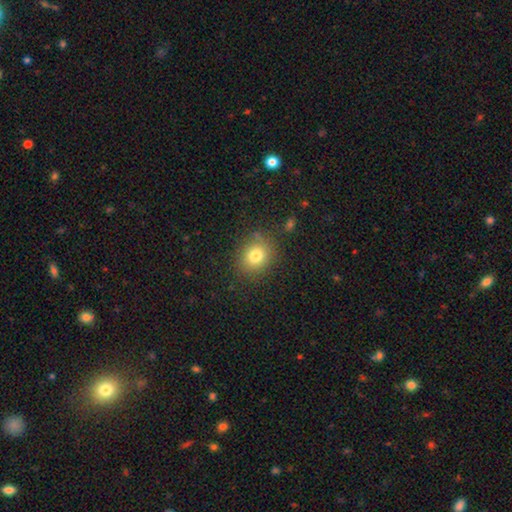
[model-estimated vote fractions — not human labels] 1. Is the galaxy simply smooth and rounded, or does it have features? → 78% smooth, 13% star or artifact, 9% featured or disk.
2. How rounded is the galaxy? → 70% round, 29% in between, 1% cigar-shaped.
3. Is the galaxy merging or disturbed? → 81% none, 12% minor disturbance, 4% major disturbance, 3% merger.